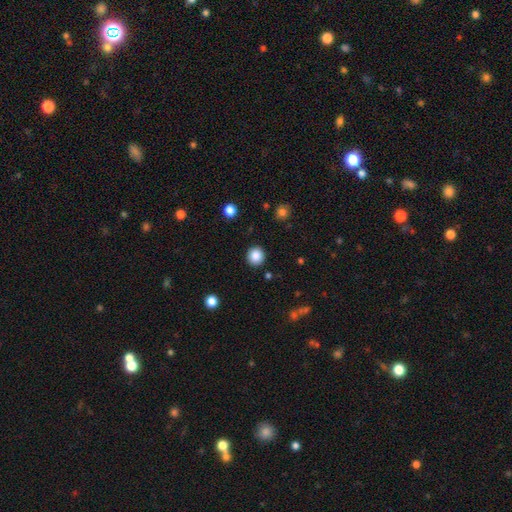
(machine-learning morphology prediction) Smooth or featured? Predicted: smooth (p=0.86). How rounded? Predicted: round (p=0.92). Merging? Predicted: none (p=0.91).